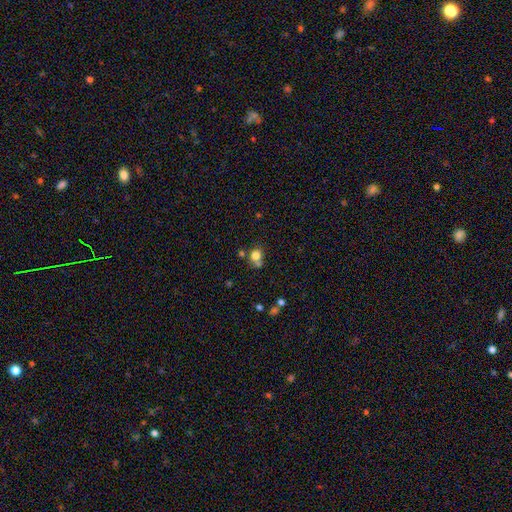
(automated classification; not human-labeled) Smooth or featured: smooth — 77% (star or artifact — 14%)
How rounded: round — 80% (in between — 19%)
Merging: none — 56% (merger — 29%)